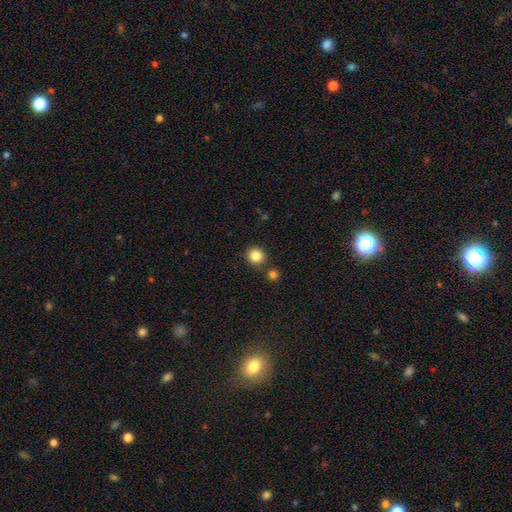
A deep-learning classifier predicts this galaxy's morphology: The model was most divided on "merging": none: 81%, merger: 9%, minor disturbance: 8%, major disturbance: 2%. More confident: how rounded — round (89%); smooth or featured — smooth (85%).